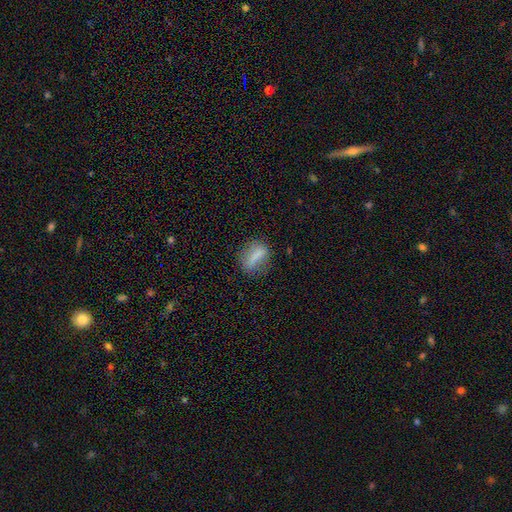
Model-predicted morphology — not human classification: type=smooth (68%); roundness=in between (56%); merging=none (69%).